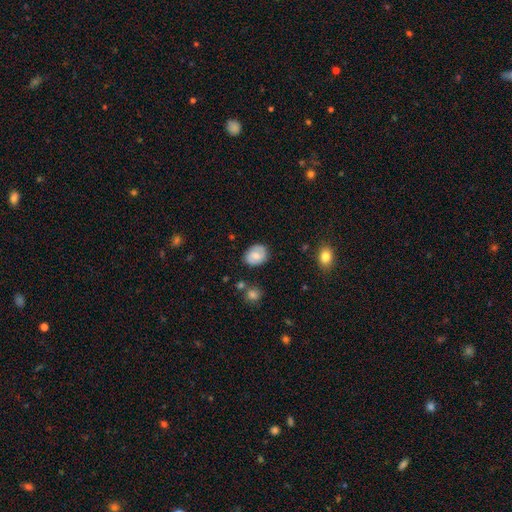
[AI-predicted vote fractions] Smooth or featured?
  - smooth: 65% *
  - featured or disk: 27%
  - star or artifact: 8%
How rounded?
  - in between: 52% *
  - round: 47%
  - cigar-shaped: 1%
Merging?
  - none: 79% *
  - minor disturbance: 15%
  - major disturbance: 4%
  - merger: 2%